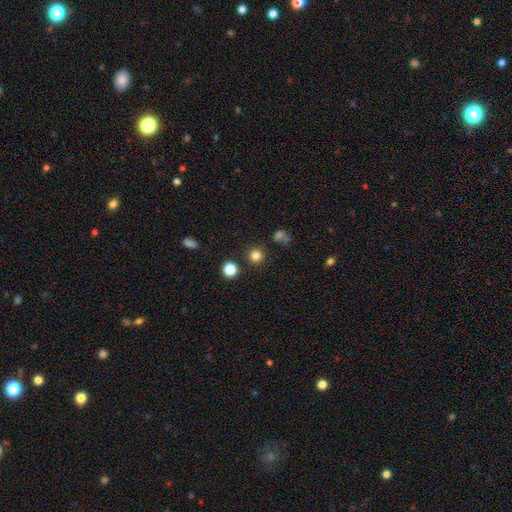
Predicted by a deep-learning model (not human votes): Q: Smooth or featured?
A: smooth (81%); runner-up: star or artifact (14%)
Q: How rounded?
A: round (94%); runner-up: in between (5%)
Q: Merging?
A: none (87%); runner-up: minor disturbance (6%)